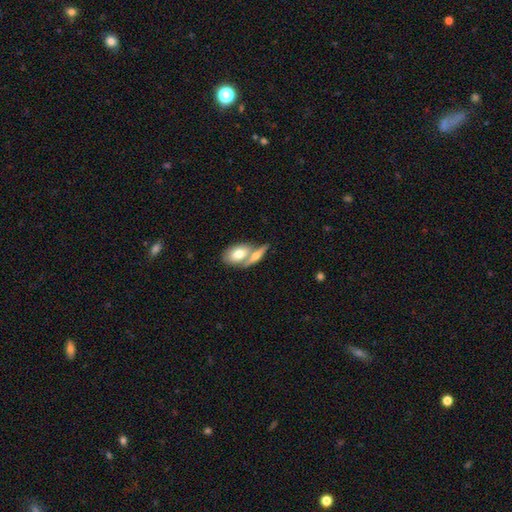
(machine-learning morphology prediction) Smooth or featured?
  - smooth: 58% *
  - featured or disk: 37%
  - star or artifact: 6%
How rounded?
  - in between: 74% *
  - cigar-shaped: 18%
  - round: 9%
Merging?
  - merger: 50% *
  - none: 38%
  - minor disturbance: 9%
  - major disturbance: 3%